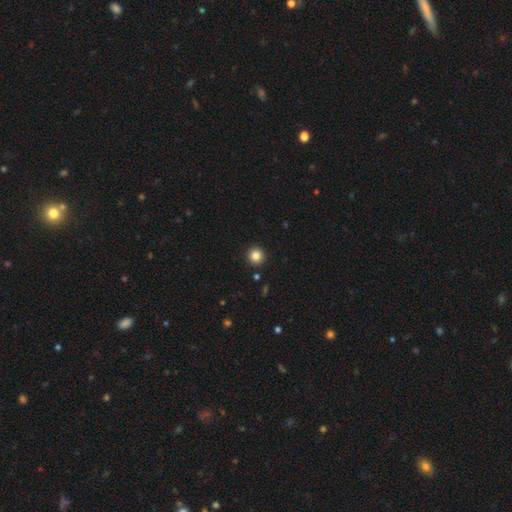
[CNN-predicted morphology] A smooth galaxy with no disk features (84%) that is round (96%).

Vote fractions:
- Smooth or featured? smooth: 84% / star or artifact: 11% / featured or disk: 5%
- How rounded? round: 96% / in between: 3% / cigar-shaped: 1%
- Merging? none: 93% / minor disturbance: 4% / major disturbance: 1% / merger: 1%